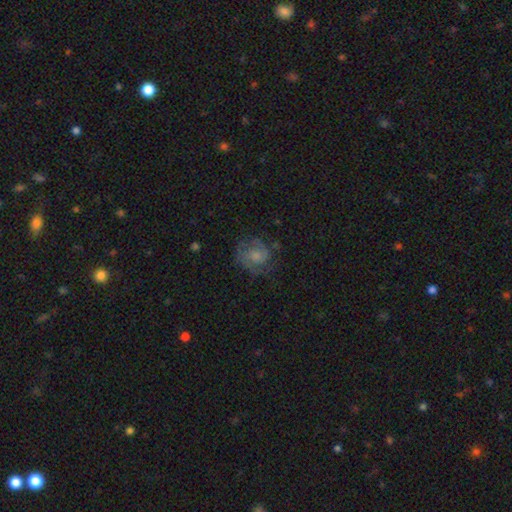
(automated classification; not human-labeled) featured or disk 55%, smooth 36%, star or artifact 9%. Down the decision tree: edge-on disk — no (98%); bar — no (69%); spiral arms — yes (82%); bulge size — moderate (36%); merging — none (61%).